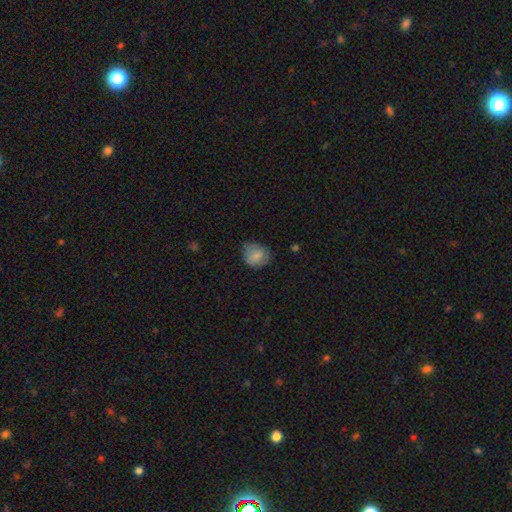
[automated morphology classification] Q: Smooth or featured?
A: smooth (76%); runner-up: featured or disk (15%)
Q: How rounded?
A: round (65%); runner-up: in between (34%)
Q: Merging?
A: none (57%); runner-up: minor disturbance (32%)